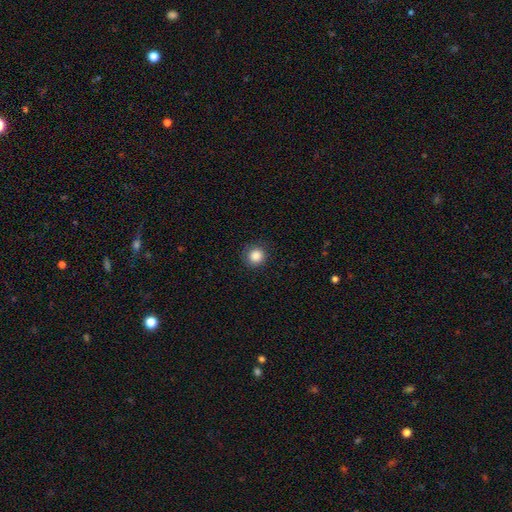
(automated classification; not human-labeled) Smooth or featured? smooth (86%)
How rounded? round (94%)
Merging? none (87%)